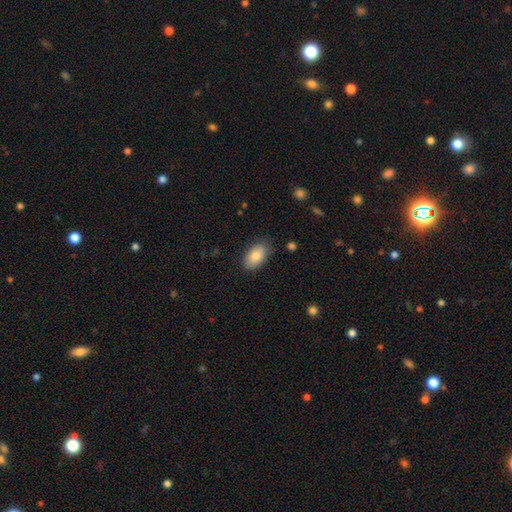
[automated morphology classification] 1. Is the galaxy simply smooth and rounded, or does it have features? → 83% smooth, 10% featured or disk, 7% star or artifact.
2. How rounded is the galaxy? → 93% in between, 5% round, 2% cigar-shaped.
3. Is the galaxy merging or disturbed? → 80% none, 16% minor disturbance, 3% major disturbance, 1% merger.